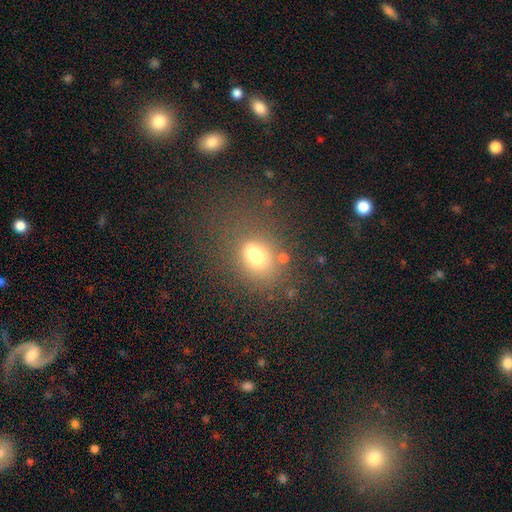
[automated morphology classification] Q: Smooth or featured?
A: smooth (65%); runner-up: star or artifact (18%)
Q: How rounded?
A: in between (65%); runner-up: round (33%)
Q: Merging?
A: none (49%); runner-up: merger (24%)